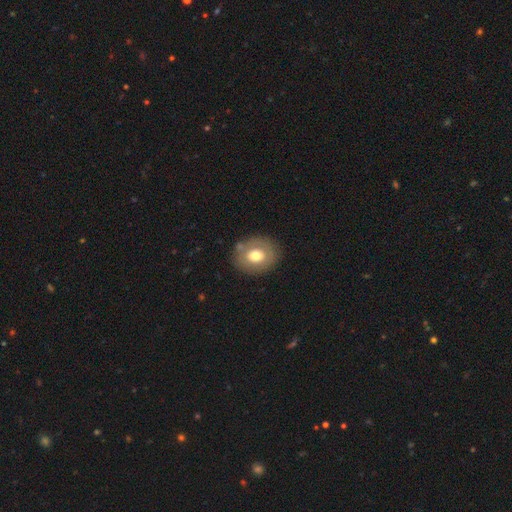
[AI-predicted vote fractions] Smooth or featured? smooth (65%)
How rounded? round (58%)
Merging? none (80%)